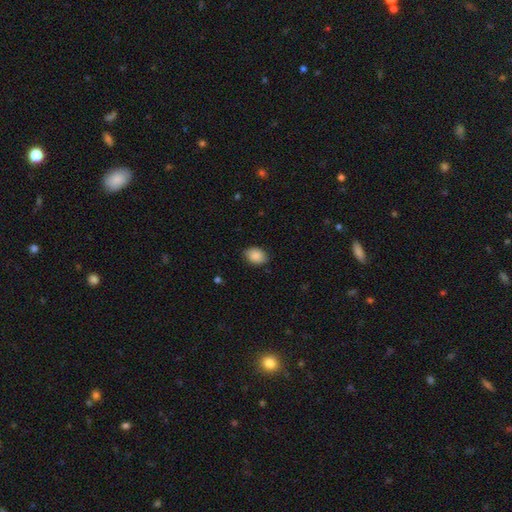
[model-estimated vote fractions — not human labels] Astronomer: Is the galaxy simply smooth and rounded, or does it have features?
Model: smooth — 89%.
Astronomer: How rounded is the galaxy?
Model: in between — 75%.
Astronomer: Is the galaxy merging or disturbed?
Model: none — 84%.